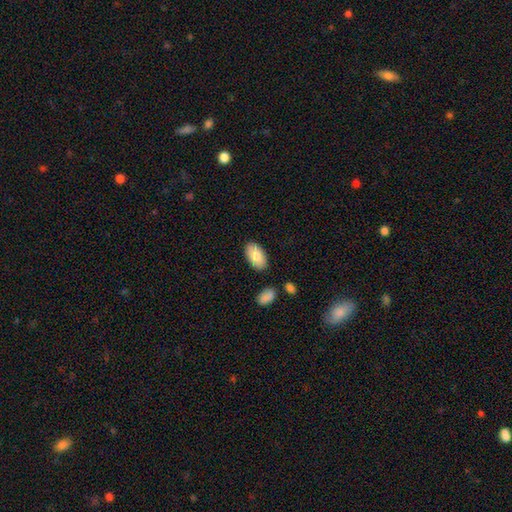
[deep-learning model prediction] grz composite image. It shows a smooth galaxy with no disk features (82%) that is in between round and cigar-shaped (95%). Merging: none (84%).